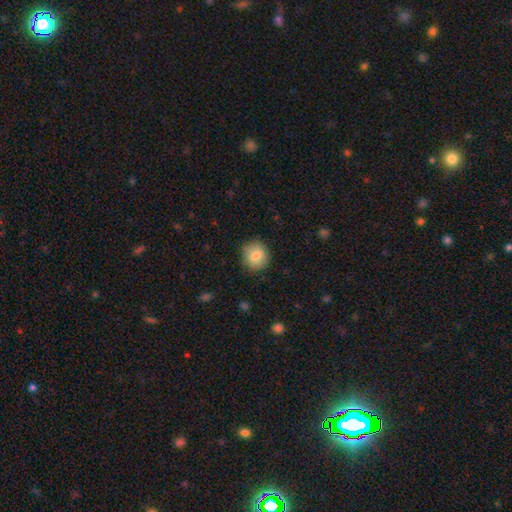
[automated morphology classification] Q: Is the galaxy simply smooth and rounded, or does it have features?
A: smooth — 81%.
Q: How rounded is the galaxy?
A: round — 84%.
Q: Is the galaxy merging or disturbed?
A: none — 83%.